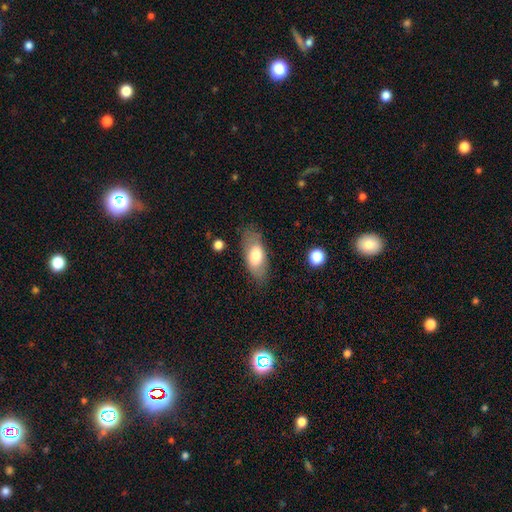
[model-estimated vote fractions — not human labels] A smooth galaxy with no disk features (71%) that is in between round and cigar-shaped (86%). Merging: none (77%).